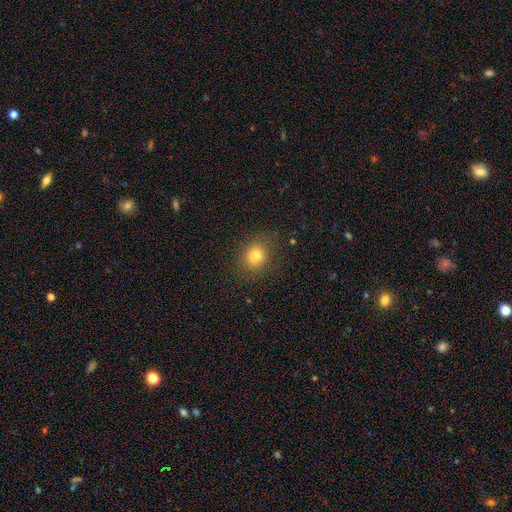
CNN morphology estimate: smooth 79%, star or artifact 13%, featured or disk 8%. Down the decision tree: how rounded — round (66%); merging — none (83%).